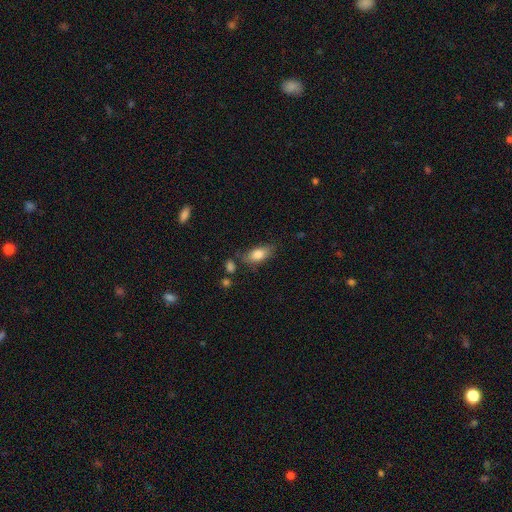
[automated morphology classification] Q: Smooth or featured?
A: smooth (75%); runner-up: featured or disk (14%)
Q: How rounded?
A: in between (83%); runner-up: cigar-shaped (11%)
Q: Merging?
A: none (71%); runner-up: minor disturbance (18%)